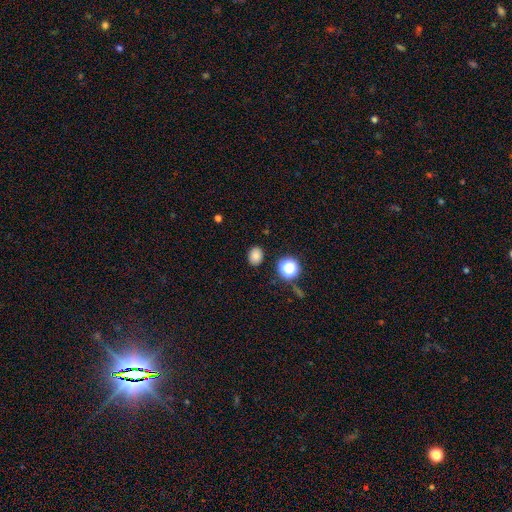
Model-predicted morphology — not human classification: Smooth or featured? Predicted: smooth (p=0.80). How rounded? Predicted: in between (p=0.57). Merging? Predicted: none (p=0.87).